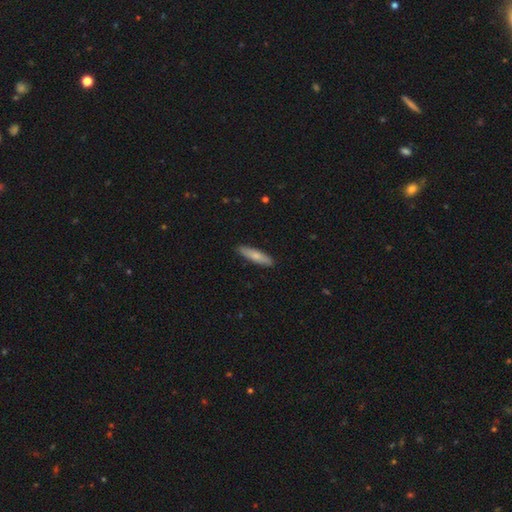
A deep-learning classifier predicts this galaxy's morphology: type=smooth (73%); roundness=cigar-shaped (75%); merging=none (90%).